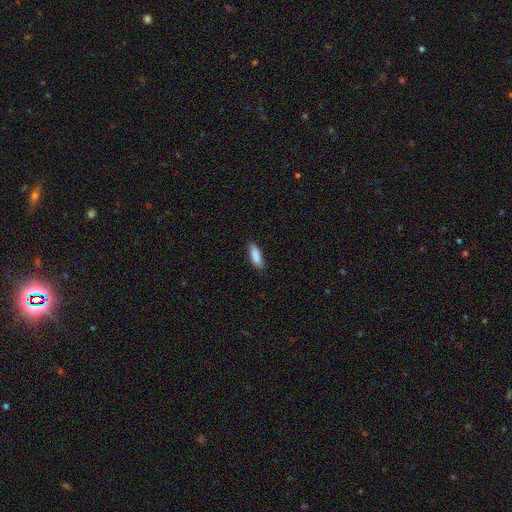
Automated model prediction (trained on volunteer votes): This is clearly a smooth galaxy (87%). How rounded: possibly cigar-shaped (49%, tied with in between). Merging: clearly none (83%).